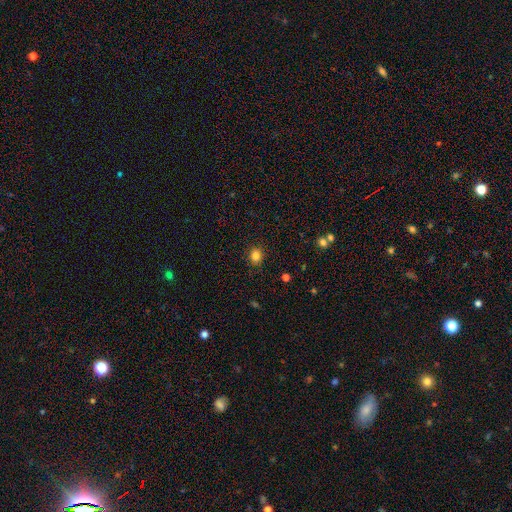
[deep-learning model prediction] Overall: smooth (83%). How rounded: round (80%). Merging: none (89%).